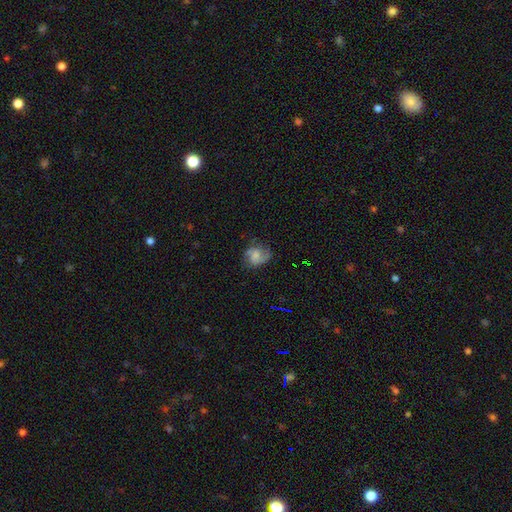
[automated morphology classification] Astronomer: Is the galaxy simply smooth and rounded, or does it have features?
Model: featured or disk — 53% (runner-up: smooth, 37%).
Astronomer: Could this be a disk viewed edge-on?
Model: no — 97%.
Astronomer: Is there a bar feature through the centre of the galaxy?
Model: no — 60%.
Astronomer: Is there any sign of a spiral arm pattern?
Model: yes — 86%.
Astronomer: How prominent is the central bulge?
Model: none — 35% (runner-up: small, 27%).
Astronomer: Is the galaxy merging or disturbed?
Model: none — 62%.